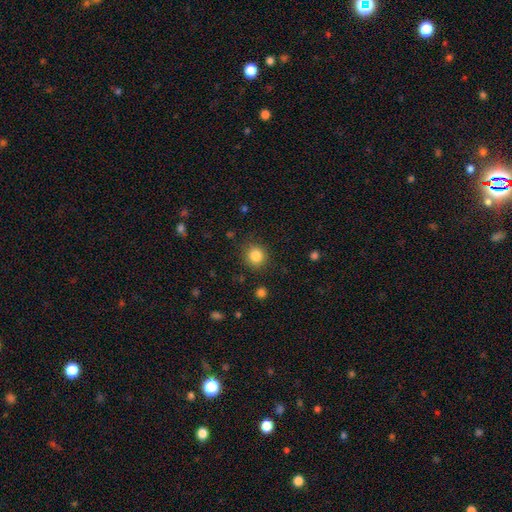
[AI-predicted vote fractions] This appears to be a smooth galaxy with no disk features (84%) that is round (91%). Merging: none (88%).